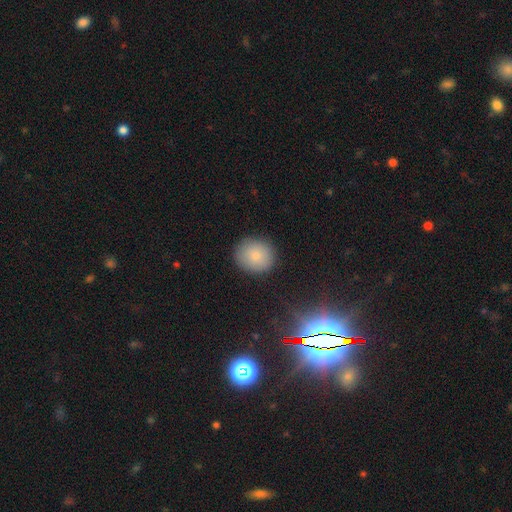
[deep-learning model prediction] Smooth or featured?
  - smooth: 83% *
  - featured or disk: 8%
  - star or artifact: 8%
How rounded?
  - round: 83% *
  - in between: 16%
  - cigar-shaped: 1%
Merging?
  - none: 87% *
  - minor disturbance: 9%
  - major disturbance: 3%
  - merger: 1%